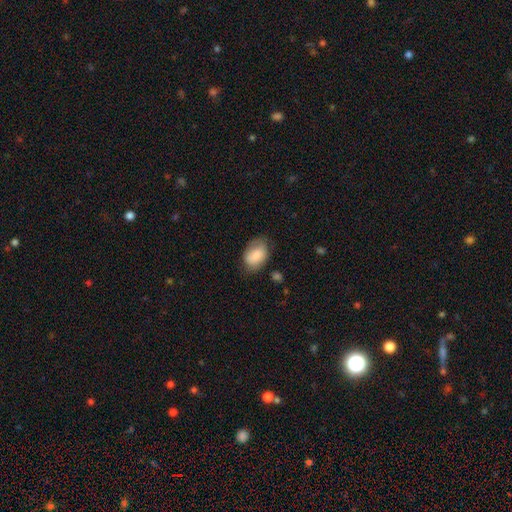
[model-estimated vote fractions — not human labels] Smooth or featured: smooth — 80% (featured or disk — 13%)
How rounded: in between — 83% (round — 16%)
Merging: none — 64% (minor disturbance — 26%)